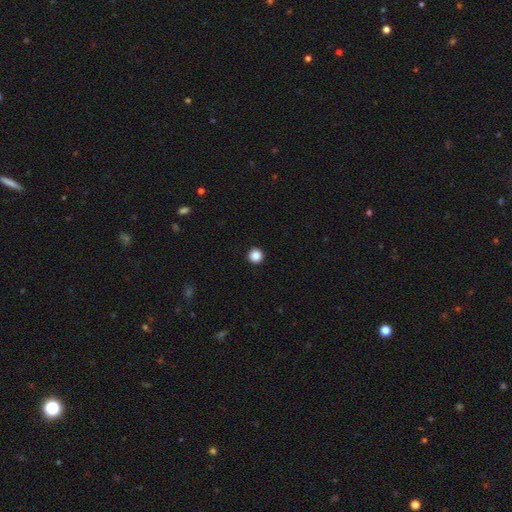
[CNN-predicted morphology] type=smooth (86%); roundness=round (97%); merging=none (94%).